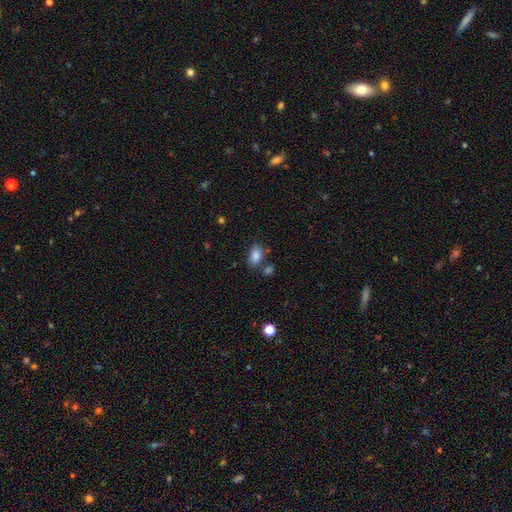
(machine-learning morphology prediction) smooth_or_featured: smooth (p=0.86) [alt: star or artifact p=0.09]
how_rounded: in between (p=0.90) [alt: round p=0.09]
merging: none (p=0.70) [alt: minor disturbance p=0.14]